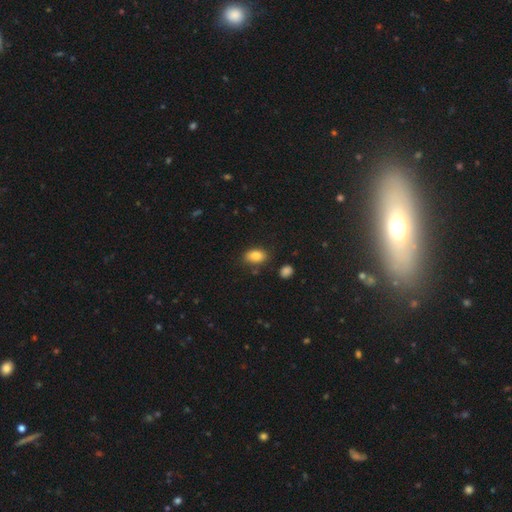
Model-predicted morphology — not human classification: Smooth or featured? Predicted: smooth (p=0.84). How rounded? Predicted: in between (p=0.86). Merging? Predicted: none (p=0.80).